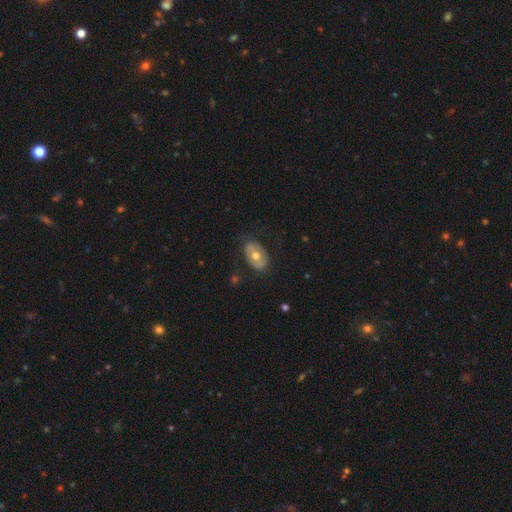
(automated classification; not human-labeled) smooth-or-featured: smooth: 51% | featured or disk: 43% | star or artifact: 7%
  how-rounded: in between: 84% | round: 14% | cigar-shaped: 1%
  merging: none: 73% | minor disturbance: 19% | major disturbance: 7% | merger: 1%